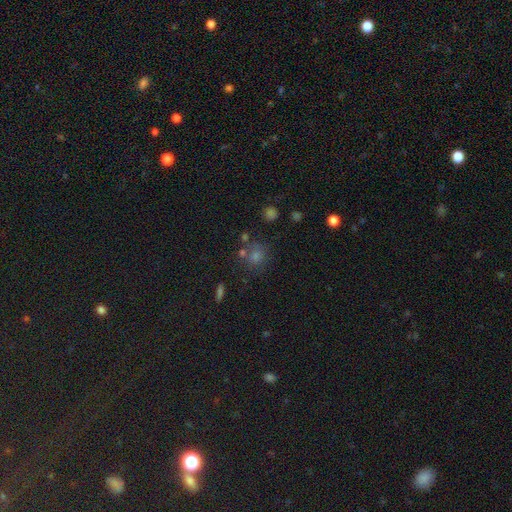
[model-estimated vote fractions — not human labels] Smooth or featured?
  - smooth: 52% *
  - star or artifact: 37%
  - featured or disk: 11%
How rounded?
  - round: 86% *
  - in between: 13%
  - cigar-shaped: 1%
Merging?
  - none: 71% *
  - merger: 12%
  - minor disturbance: 11%
  - major disturbance: 5%